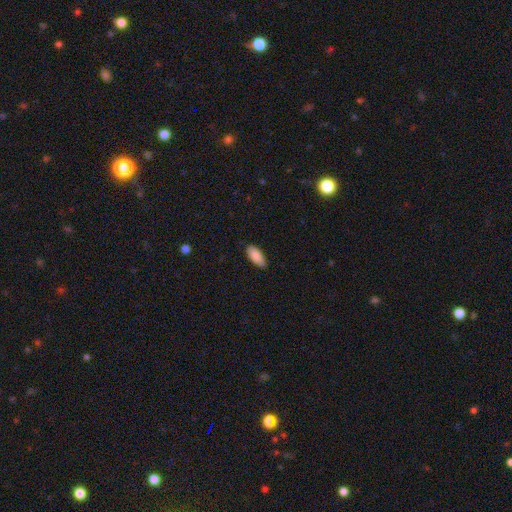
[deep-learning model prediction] Morphology: type=smooth (88%); roundness=in between (87%); merging=none (85%).